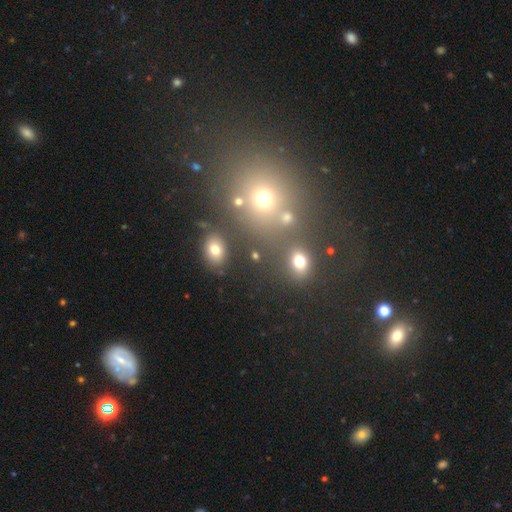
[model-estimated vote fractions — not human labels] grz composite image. It shows a smooth galaxy with no disk features (62%) that is in between round and cigar-shaped (50%). Merging: none (68%).